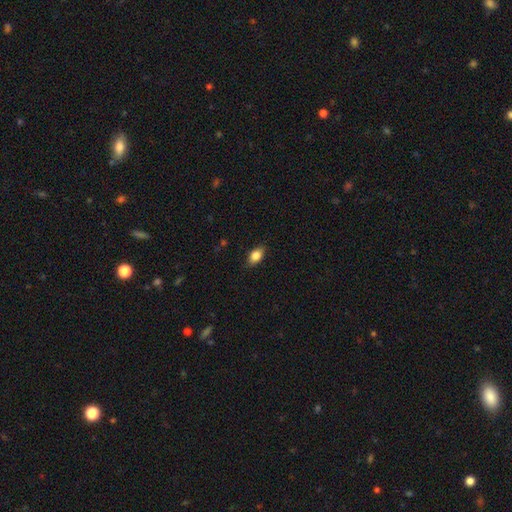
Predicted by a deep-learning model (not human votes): smooth_or_featured: smooth (p=0.83) [alt: featured or disk p=0.09]
how_rounded: in between (p=0.85) [alt: round p=0.12]
merging: none (p=0.84) [alt: minor disturbance p=0.12]